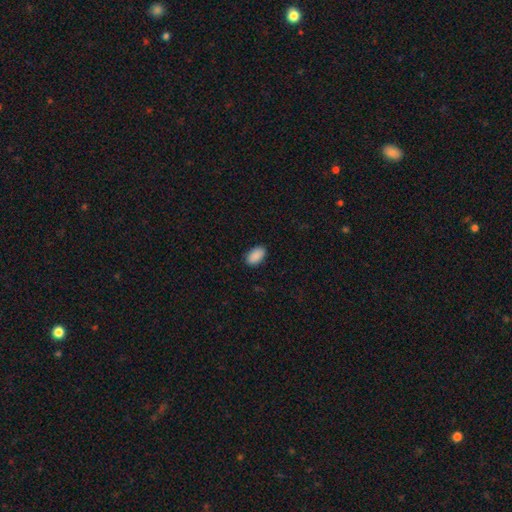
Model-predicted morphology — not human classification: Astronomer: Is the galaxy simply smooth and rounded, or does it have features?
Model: smooth — 91%.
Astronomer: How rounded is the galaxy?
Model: in between — 94%.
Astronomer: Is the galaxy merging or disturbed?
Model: none — 89%.